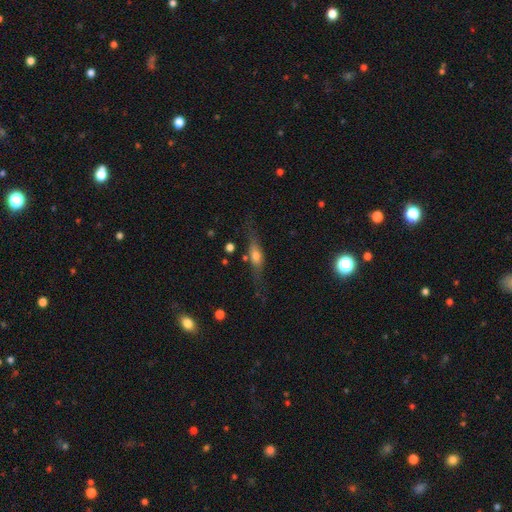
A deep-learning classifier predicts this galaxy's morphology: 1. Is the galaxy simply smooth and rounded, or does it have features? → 53% featured or disk, 38% smooth, 9% star or artifact.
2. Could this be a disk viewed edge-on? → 85% yes, 15% no.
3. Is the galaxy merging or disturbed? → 68% none, 19% minor disturbance, 9% major disturbance, 4% merger.